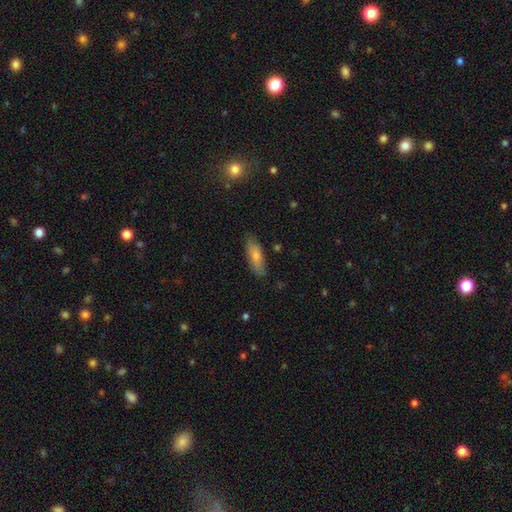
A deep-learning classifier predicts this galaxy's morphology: smooth 78%, featured or disk 16%, star or artifact 6%. Down the decision tree: how rounded — in between (60%); merging — none (78%).